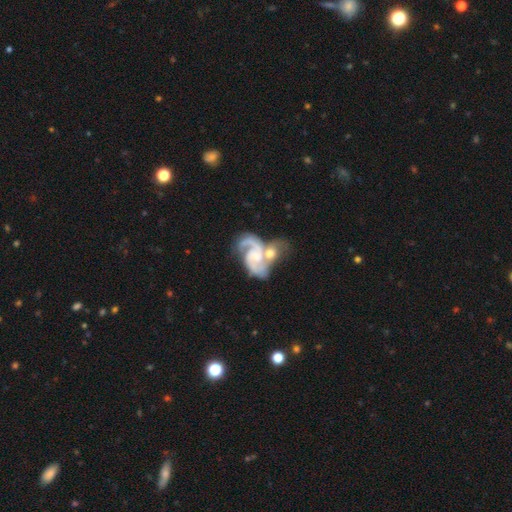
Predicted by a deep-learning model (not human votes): smooth_or_featured: featured or disk (p=0.89) [alt: smooth p=0.07]
disk_edge_on: no (p=0.98) [alt: yes p=0.02]
bar: no (p=0.48) [alt: weak p=0.40]
has_spiral_arms: yes (p=0.97) [alt: no p=0.03]
spiral_winding: medium (p=0.55) [alt: tight p=0.23]
spiral_arm_count: 2 (p=0.85) [alt: 1 p=0.05]
bulge_size: small (p=0.38) [alt: moderate p=0.33]
merging: merger (p=0.57) [alt: none p=0.22]